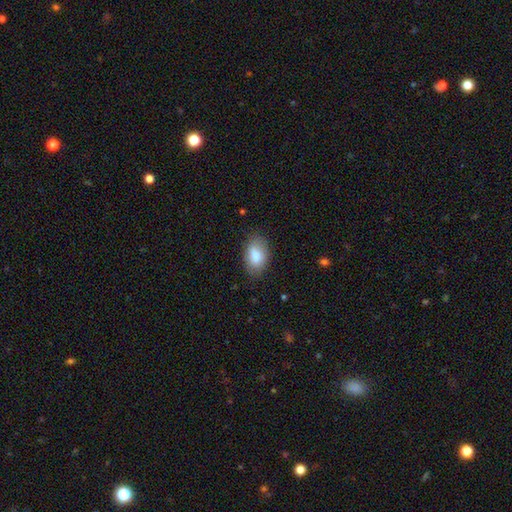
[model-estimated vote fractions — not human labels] A smooth galaxy with no disk features (84%) that is in between round and cigar-shaped (91%). Merging: none (78%).